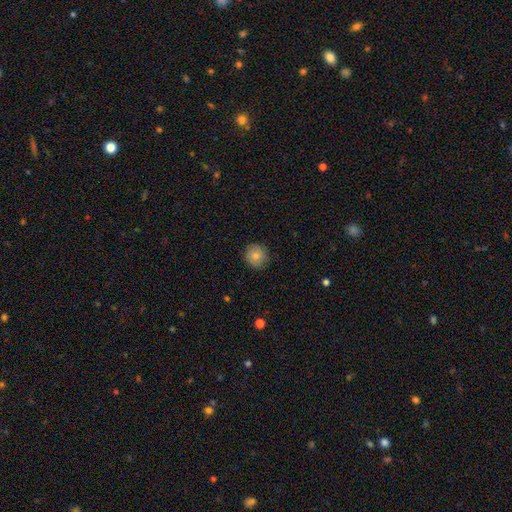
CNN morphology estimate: Smooth or featured? Predicted: smooth (p=0.83). How rounded? Predicted: round (p=0.93). Merging? Predicted: none (p=0.88).